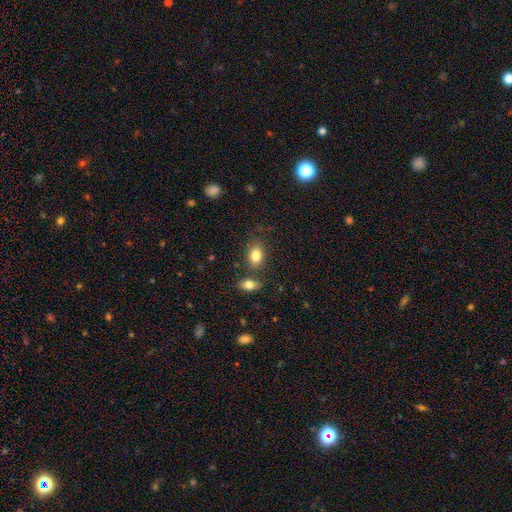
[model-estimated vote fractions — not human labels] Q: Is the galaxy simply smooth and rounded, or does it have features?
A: smooth — 83%.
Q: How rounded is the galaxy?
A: in between — 77%.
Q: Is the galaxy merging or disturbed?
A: none — 72%.